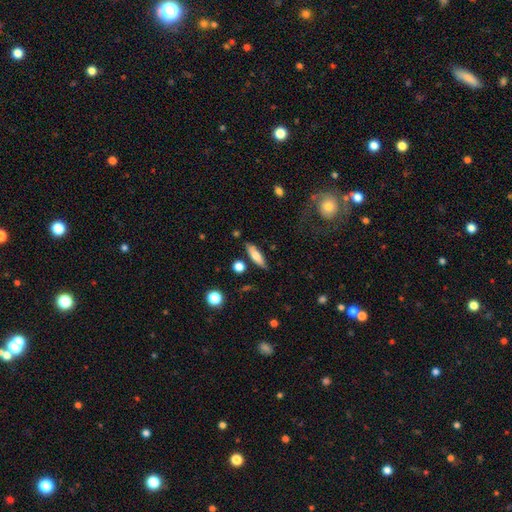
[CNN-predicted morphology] Smooth or featured?
  - smooth: 67% *
  - featured or disk: 26%
  - star or artifact: 7%
How rounded?
  - cigar-shaped: 61% *
  - in between: 36%
  - round: 3%
Merging?
  - none: 81% *
  - minor disturbance: 12%
  - merger: 4%
  - major disturbance: 3%